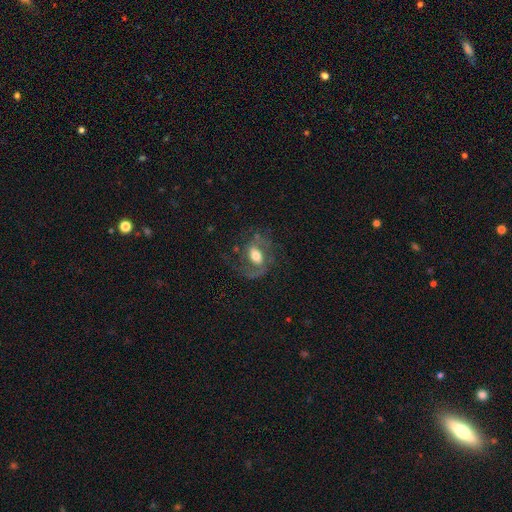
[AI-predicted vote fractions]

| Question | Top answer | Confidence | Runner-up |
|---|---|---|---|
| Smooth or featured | featured or disk | 64% | smooth (28%) |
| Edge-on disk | no | 94% | yes (6%) |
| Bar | weak | 40% | tied: no (40%) |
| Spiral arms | yes | 80% | no (20%) |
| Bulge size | moderate | 59% | large (27%) |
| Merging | none | 52% | major disturbance (27%) |